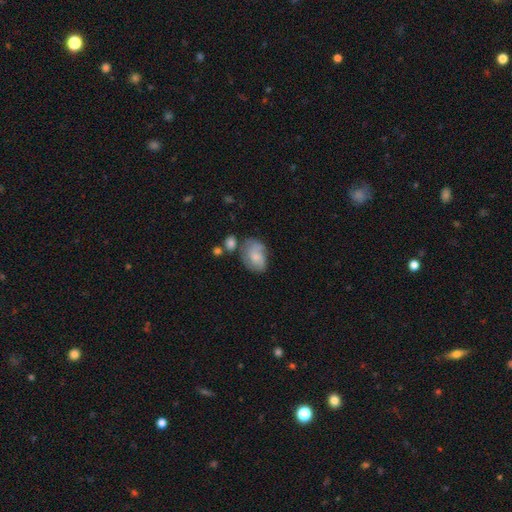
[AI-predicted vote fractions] A smooth galaxy with no disk features (52%) that is in between round and cigar-shaped (76%).

Vote fractions:
- Smooth or featured? smooth: 52% / featured or disk: 40% / star or artifact: 8%
- How rounded? in between: 76% / round: 22% / cigar-shaped: 1%
- Merging? none: 46% / minor disturbance: 28% / major disturbance: 14% / merger: 12%